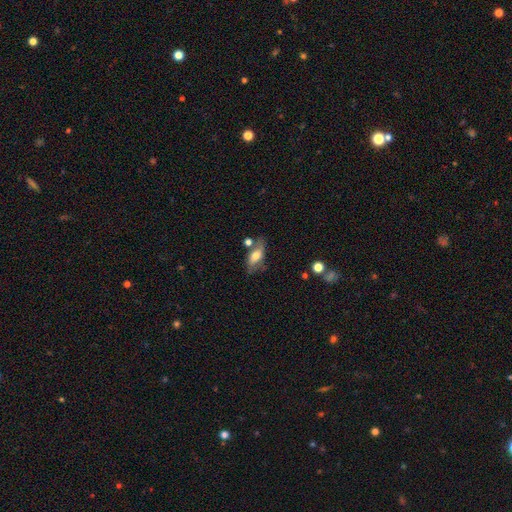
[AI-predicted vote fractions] Smooth or featured: smooth — 62% (featured or disk — 30%)
How rounded: in between — 82% (cigar-shaped — 13%)
Merging: none — 58% (minor disturbance — 20%)